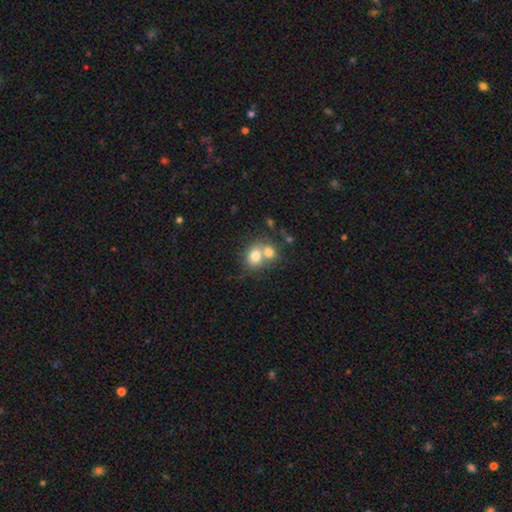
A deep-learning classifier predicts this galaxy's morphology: Overall: smooth (75%). How rounded: round (63%; in between 36%). Merging: merger (62%; none 28%).